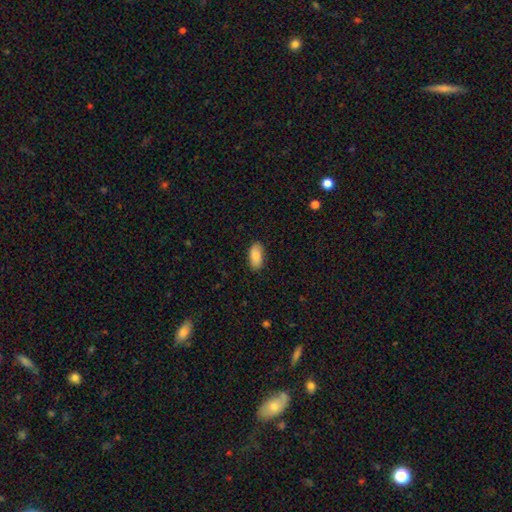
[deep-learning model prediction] A smooth galaxy with no disk features (88%) that is in between round and cigar-shaped (91%). Merging: none (85%).